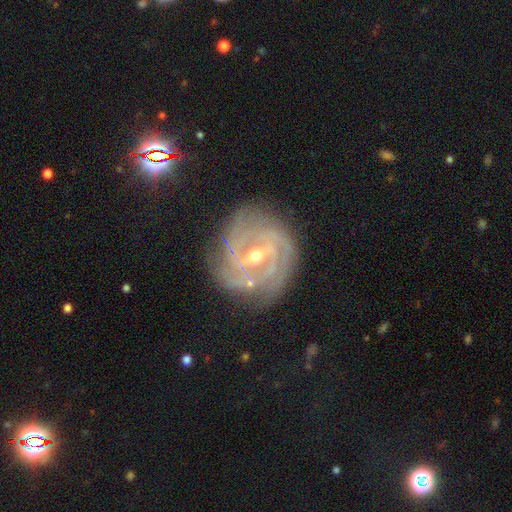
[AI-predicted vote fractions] Smooth or featured? featured or disk (88%)
Edge-on disk? no (97%)
Bar? weak (48%)
Spiral arms? yes (98%)
Spiral winding? tight (74%)
Spiral arm count? 3 (30%)
Bulge size? moderate (52%)
Merging? none (78%)